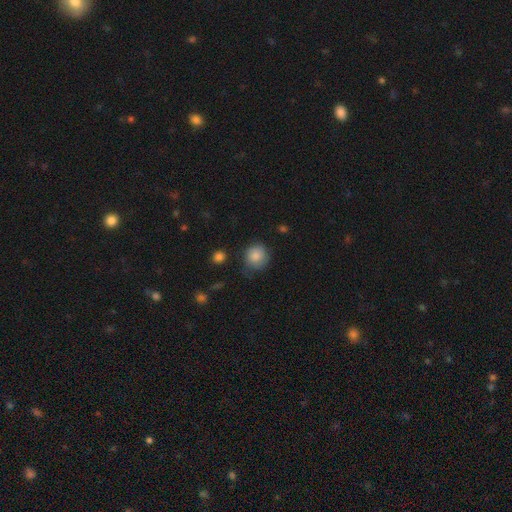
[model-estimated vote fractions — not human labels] A smooth galaxy with no disk features (86%) that is round (88%). Merging: none (70%).